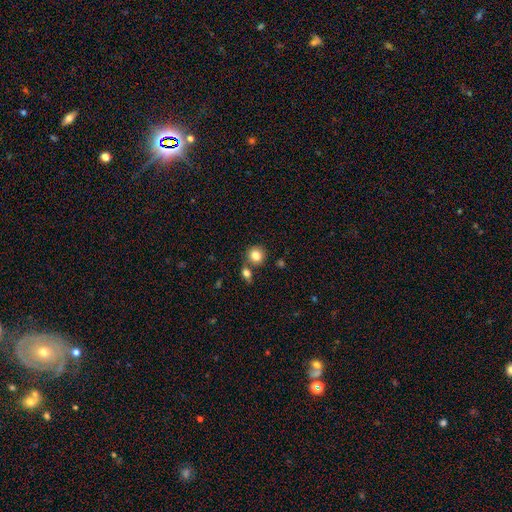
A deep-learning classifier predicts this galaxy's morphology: This appears to be a smooth galaxy with no disk features (83%) that is round (86%). Merging: none (69%).